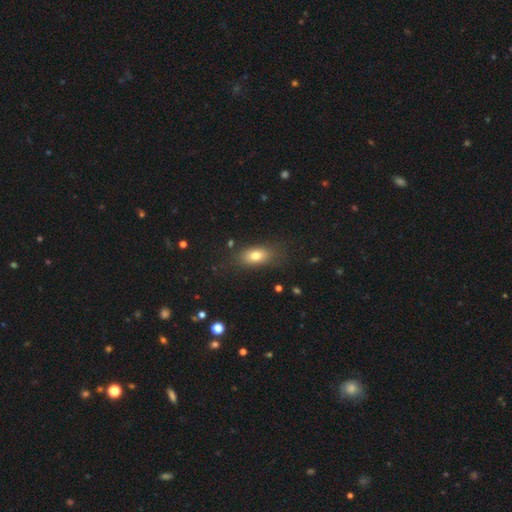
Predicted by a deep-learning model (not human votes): A smooth galaxy with no disk features (77%) that is in between round and cigar-shaped (84%).

Vote fractions:
- Smooth or featured? smooth: 77% / featured or disk: 13% / star or artifact: 10%
- How rounded? in between: 84% / round: 9% / cigar-shaped: 7%
- Merging? none: 78% / minor disturbance: 14% / major disturbance: 6% / merger: 2%